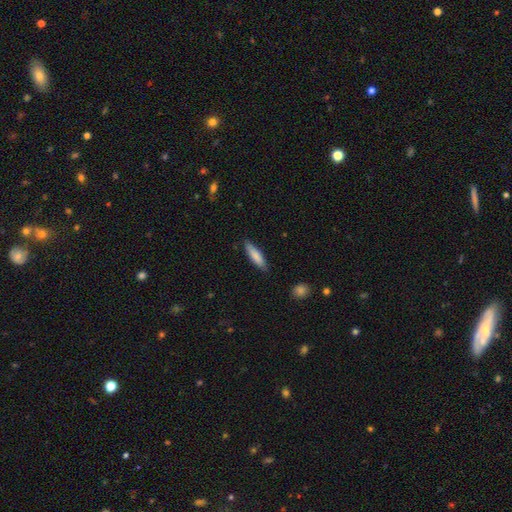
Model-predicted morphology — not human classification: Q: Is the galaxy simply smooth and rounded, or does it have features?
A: smooth — 81%.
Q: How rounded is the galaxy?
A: cigar-shaped — 73%.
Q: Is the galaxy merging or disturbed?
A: none — 83%.